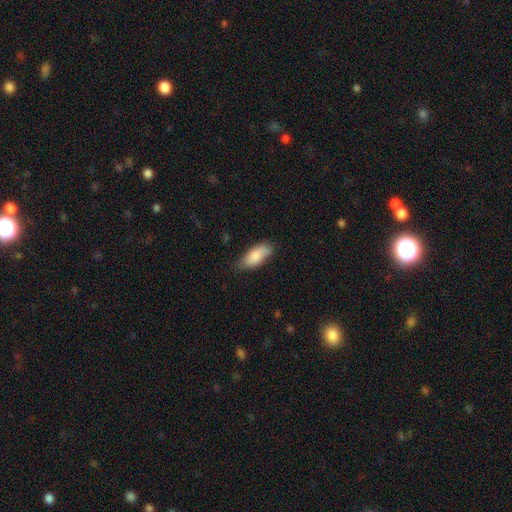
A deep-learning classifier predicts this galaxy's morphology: type=smooth (79%); roundness=in between (87%); merging=none (67%).